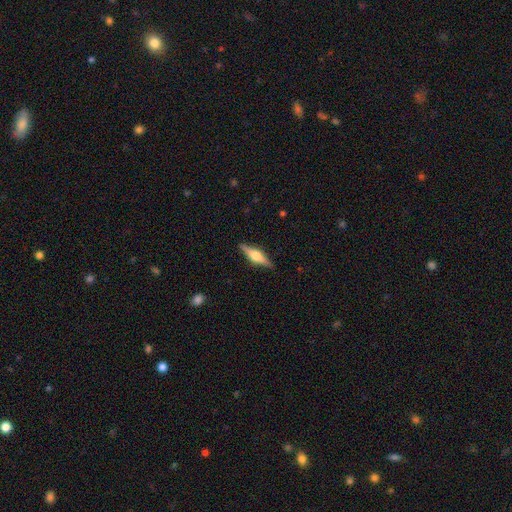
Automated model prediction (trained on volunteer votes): Overall: featured or disk (65%; smooth 29%). Edge-on disk: yes (97%). Edge-on bulge: rounded (88%). Merging: none (88%).